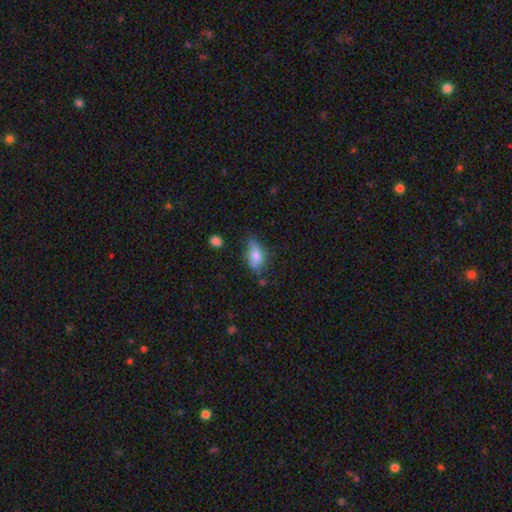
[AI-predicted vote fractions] The model was most divided on "merging": none: 50%, minor disturbance: 33%, major disturbance: 11%, merger: 6%. More confident: how rounded — in between (87%); smooth or featured — smooth (70%).